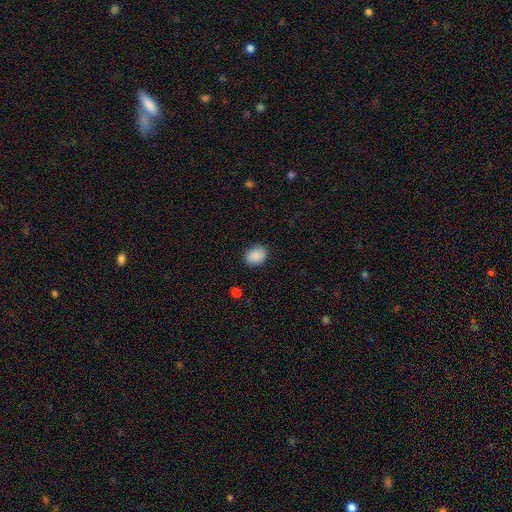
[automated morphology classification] Smooth or featured?
  - smooth: 89% *
  - star or artifact: 8%
  - featured or disk: 4%
How rounded?
  - in between: 54% *
  - round: 45%
  - cigar-shaped: 1%
Merging?
  - none: 85% *
  - minor disturbance: 12%
  - major disturbance: 3%
  - merger: 1%